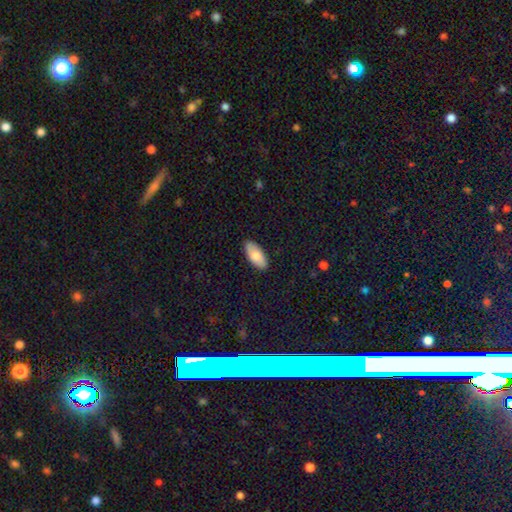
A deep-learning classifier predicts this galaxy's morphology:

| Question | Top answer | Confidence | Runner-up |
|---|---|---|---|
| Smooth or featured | smooth | 78% | featured or disk (16%) |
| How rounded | in between | 89% | cigar-shaped (9%) |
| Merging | none | 88% | minor disturbance (9%) |